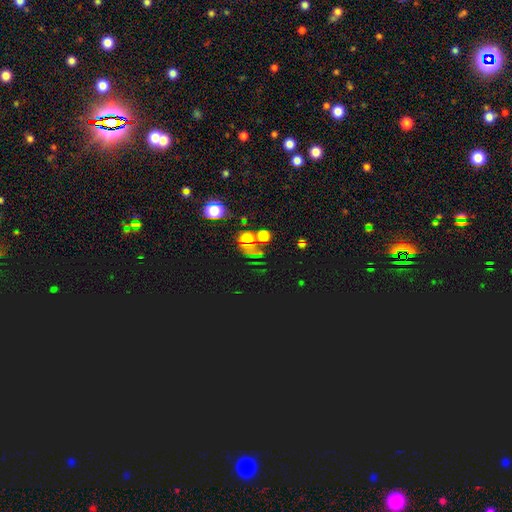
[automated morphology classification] type=star or artifact (66%).